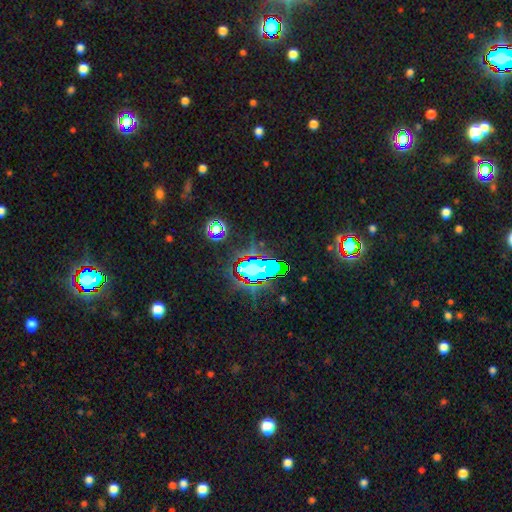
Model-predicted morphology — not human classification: smooth_or_featured: star or artifact (p=0.82) [alt: smooth p=0.10]